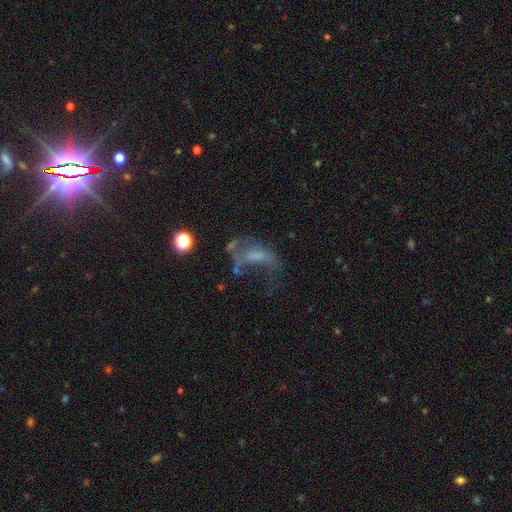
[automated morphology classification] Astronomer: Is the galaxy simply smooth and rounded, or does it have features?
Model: featured or disk — 51% (runner-up: smooth, 29%).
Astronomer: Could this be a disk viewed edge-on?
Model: no — 93%.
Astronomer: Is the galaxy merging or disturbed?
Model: major disturbance — 47% (runner-up: none, 27%).